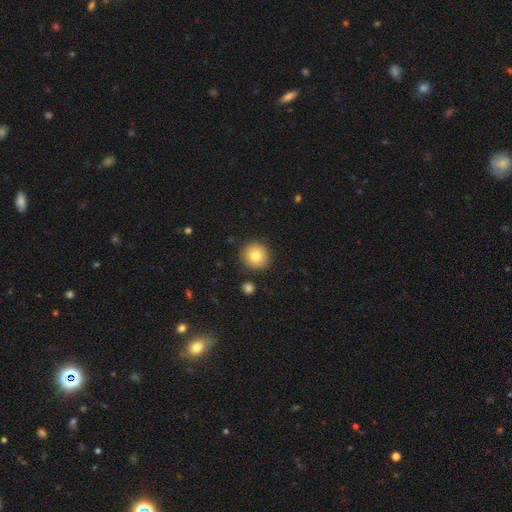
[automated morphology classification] smooth 78%, featured or disk 12%, star or artifact 10%. Down the decision tree: how rounded — round (93%); merging — none (89%).